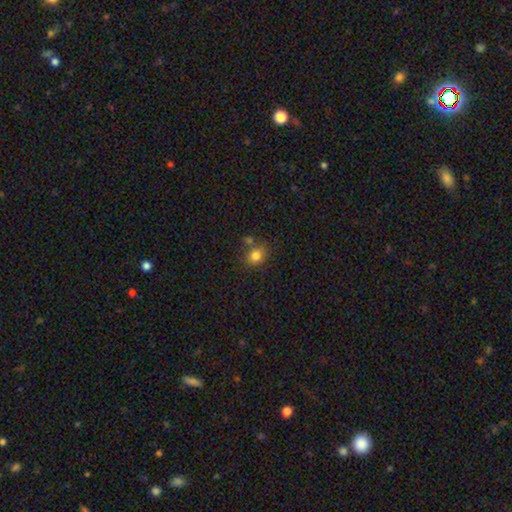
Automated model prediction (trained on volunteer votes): Morphology: type=smooth (81%); roundness=round (68%); merging=none (62%).